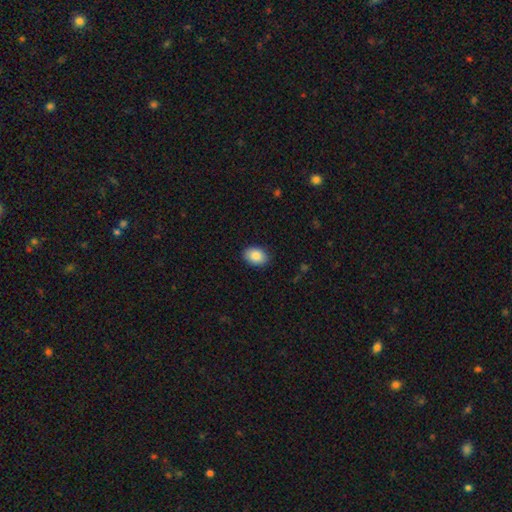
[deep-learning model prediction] Smooth or featured?
  - smooth: 89% *
  - star or artifact: 7%
  - featured or disk: 4%
How rounded?
  - in between: 81% *
  - round: 18%
  - cigar-shaped: 1%
Merging?
  - none: 88% *
  - minor disturbance: 9%
  - major disturbance: 2%
  - merger: 1%